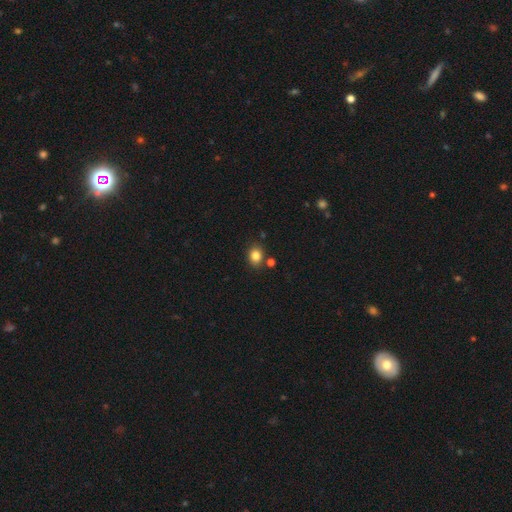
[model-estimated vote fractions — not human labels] smooth 84%, star or artifact 11%, featured or disk 6%. Down the decision tree: how rounded — round (51%); merging — none (80%).